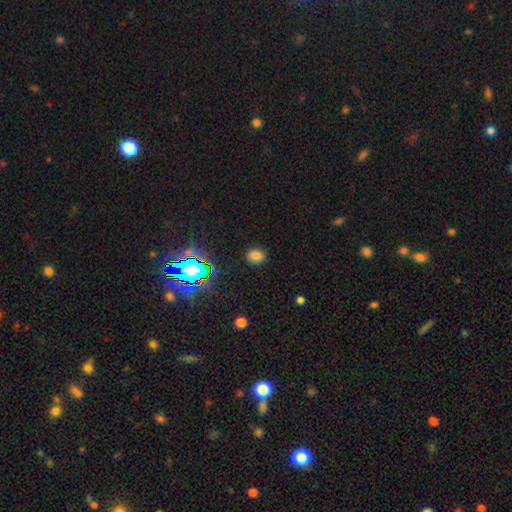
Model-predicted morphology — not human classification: smooth 74%, star or artifact 20%, featured or disk 6%. Down the decision tree: how rounded — in between (67%); merging — none (86%).